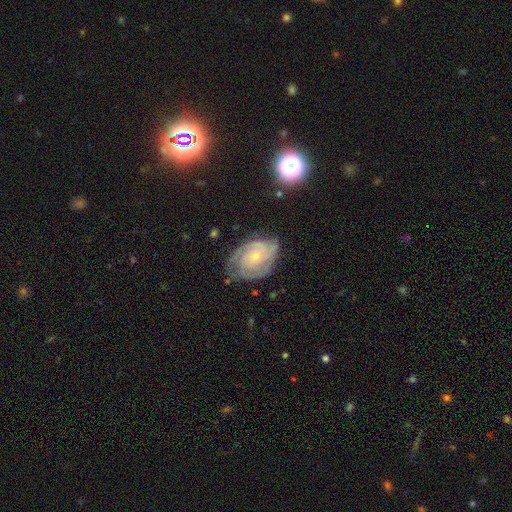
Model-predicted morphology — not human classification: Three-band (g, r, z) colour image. It shows a featured or disk galaxy (79%) with no bar (78%), tight (67%) spiral arms (93%) and a small central bulge (75%). Merging: none (61%).